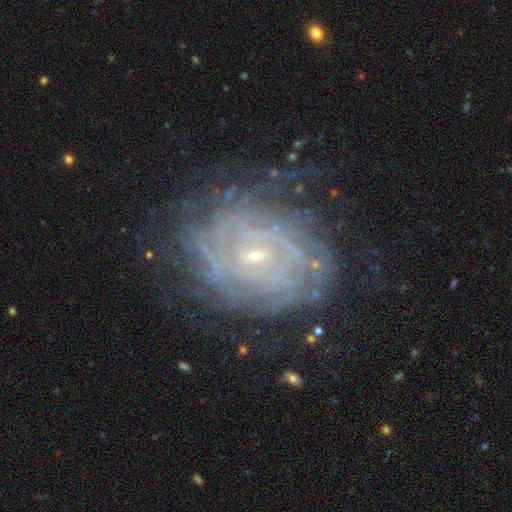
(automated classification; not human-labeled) Smooth or featured? Predicted: featured or disk (p=0.82). Edge-on disk? Predicted: no (p=0.97). Bar? Predicted: no (p=0.55). Spiral arms? Predicted: yes (p=0.89). Spiral winding? Predicted: tight (p=0.77). Spiral arm count? Predicted: can't tell (p=0.48). Bulge size? Predicted: small (p=0.79). Merging? Predicted: none (p=0.74).